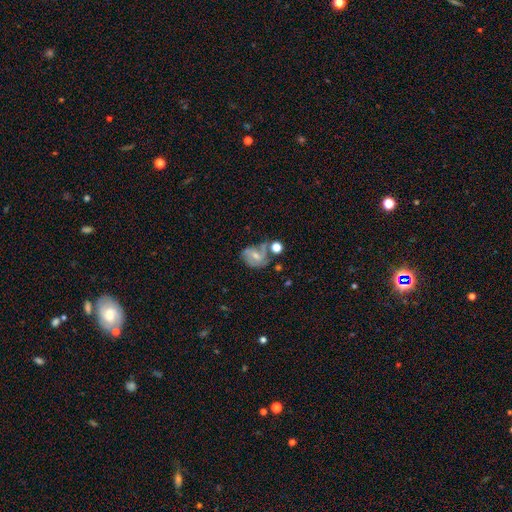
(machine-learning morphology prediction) featured or disk 58%, smooth 31%, star or artifact 10%. Down the decision tree: edge-on disk — no (97%); bar — weak (45%); spiral arms — yes (81%); bulge size — small (49%); merging — none (40%).